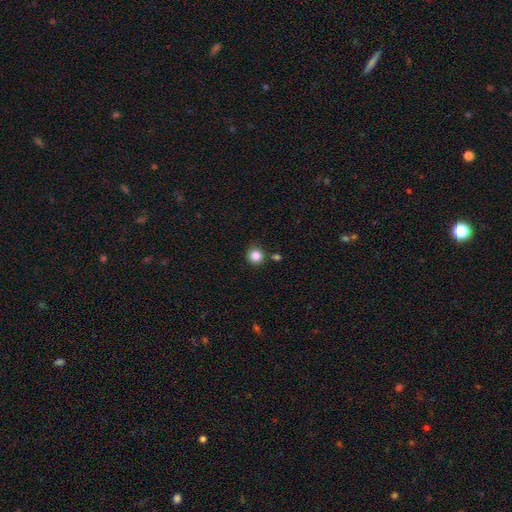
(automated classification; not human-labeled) smooth 86%, star or artifact 11%, featured or disk 4%. Down the decision tree: how rounded — round (92%); merging — none (81%).